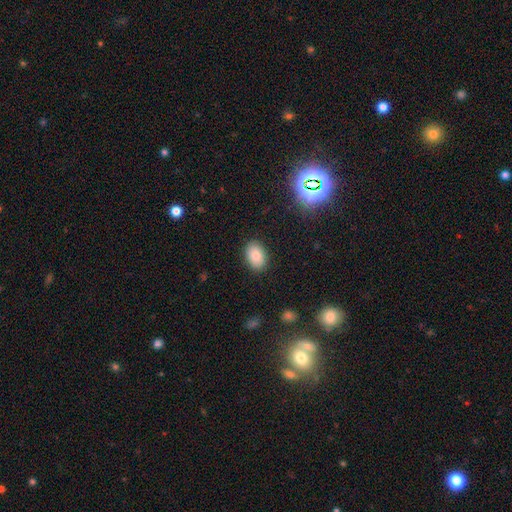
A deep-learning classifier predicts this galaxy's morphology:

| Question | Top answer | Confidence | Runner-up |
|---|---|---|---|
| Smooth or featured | smooth | 84% | star or artifact (9%) |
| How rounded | in between | 87% | round (12%) |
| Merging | none | 88% | minor disturbance (9%) |